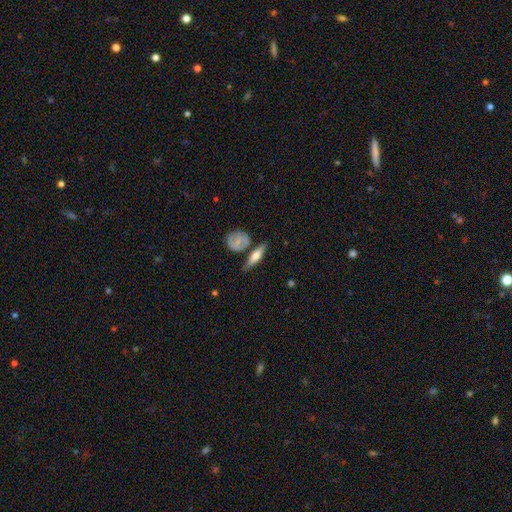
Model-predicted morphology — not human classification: This is possibly a smooth galaxy (53%). How rounded: possibly cigar-shaped (56%). Merging: likely none (65%).